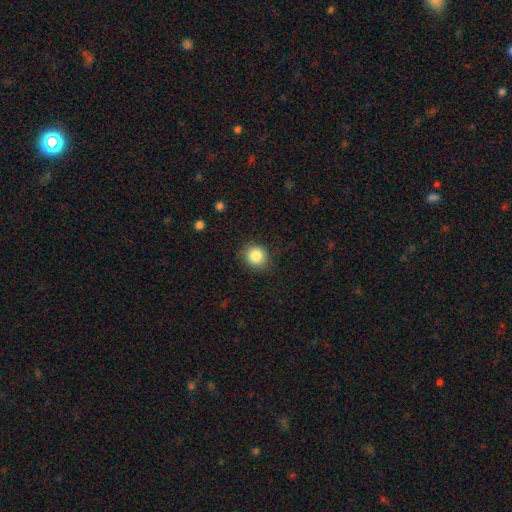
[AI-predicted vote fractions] Smooth or featured?
  - smooth: 85% *
  - star or artifact: 10%
  - featured or disk: 6%
How rounded?
  - round: 80% *
  - in between: 19%
  - cigar-shaped: 1%
Merging?
  - none: 86% *
  - minor disturbance: 10%
  - major disturbance: 3%
  - merger: 1%